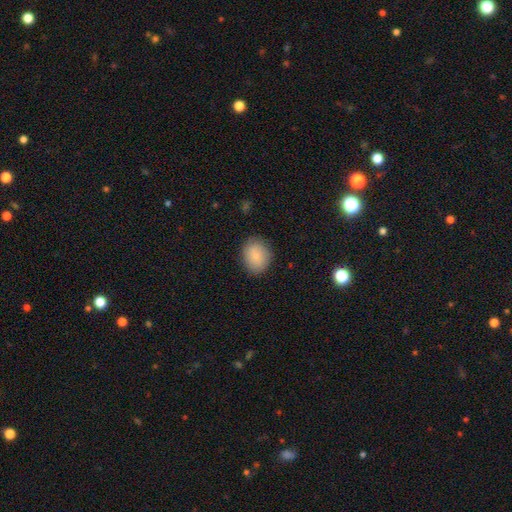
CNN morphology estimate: Smooth or featured?
  - smooth: 84% *
  - featured or disk: 9%
  - star or artifact: 7%
How rounded?
  - in between: 52% *
  - round: 47%
  - cigar-shaped: 1%
Merging?
  - none: 83% *
  - minor disturbance: 13%
  - major disturbance: 3%
  - merger: 1%